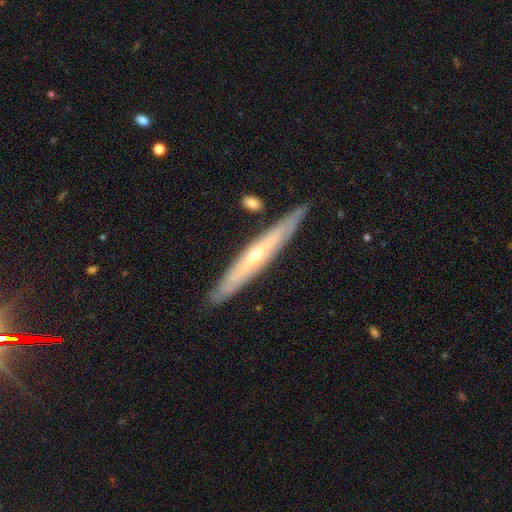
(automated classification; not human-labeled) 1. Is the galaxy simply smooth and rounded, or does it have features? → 69% featured or disk, 25% smooth, 6% star or artifact.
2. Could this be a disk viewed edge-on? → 84% yes, 16% no.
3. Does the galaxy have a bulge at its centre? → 75% rounded, 23% none, 2% boxy.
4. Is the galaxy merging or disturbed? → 86% none, 10% minor disturbance, 2% merger, 2% major disturbance.